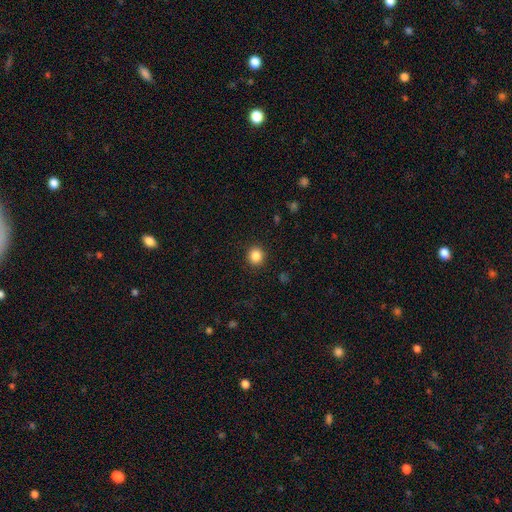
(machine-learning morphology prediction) smooth-or-featured: smooth: 86% | star or artifact: 10% | featured or disk: 4%
  how-rounded: round: 89% | in between: 10% | cigar-shaped: 1%
  merging: none: 91% | minor disturbance: 6% | major disturbance: 2% | merger: 1%